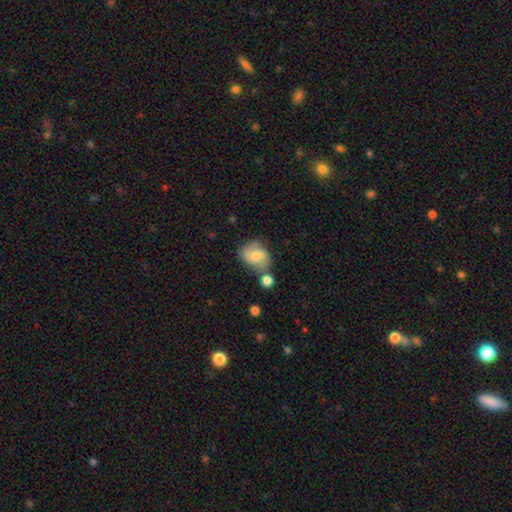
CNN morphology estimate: A smooth galaxy with no disk features (49%).

Vote fractions:
- Smooth or featured? smooth: 49% / featured or disk: 42% / star or artifact: 8%
- Merging? none: 47% / minor disturbance: 23% / merger: 21% / major disturbance: 9%